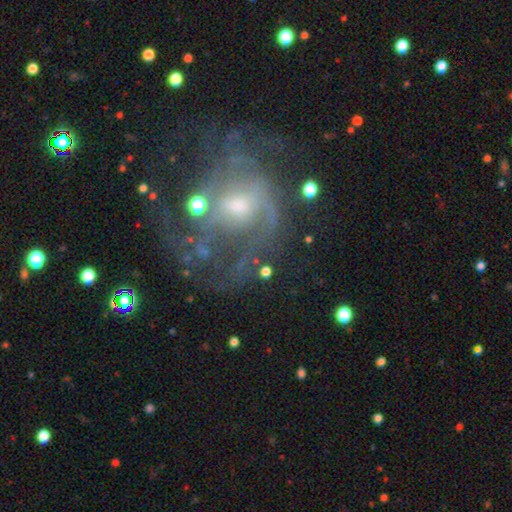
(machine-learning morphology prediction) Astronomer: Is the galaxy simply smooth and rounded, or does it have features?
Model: featured or disk — 75%.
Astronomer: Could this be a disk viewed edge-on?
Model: no — 97%.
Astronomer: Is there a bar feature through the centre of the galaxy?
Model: no — 57% (runner-up: weak, 35%).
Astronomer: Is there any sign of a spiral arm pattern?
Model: yes — 78%.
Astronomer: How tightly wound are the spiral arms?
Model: medium — 42% (runner-up: tight, 33%).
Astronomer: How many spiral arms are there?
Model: can't tell — 40% (runner-up: 2, 28%).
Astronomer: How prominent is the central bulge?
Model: moderate — 44%, tied with small at 44%.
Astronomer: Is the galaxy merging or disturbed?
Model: none — 49% (runner-up: major disturbance, 28%).